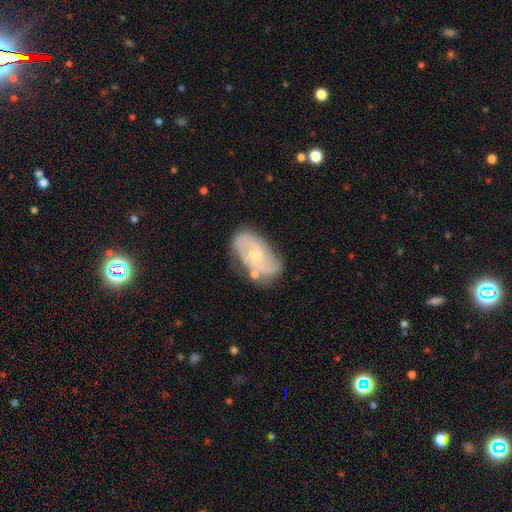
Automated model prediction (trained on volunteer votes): Smooth or featured?
  - featured or disk: 74% *
  - smooth: 20%
  - star or artifact: 6%
Edge-on disk?
  - no: 95% *
  - yes: 5%
Bar?
  - no: 73% *
  - weak: 23%
  - strong: 4%
Spiral arms?
  - yes: 86% *
  - no: 14%
Spiral winding?
  - medium: 41% *
  - tight: 38%
  - loose: 21%
Spiral arm count?
  - 2: 66% *
  - can't tell: 20%
  - 3: 6%
  - 1: 4%
  - 4: 2%
  - more than 4: 2%
Bulge size?
  - small: 58% *
  - moderate: 39%
  - large: 1%
  - none: 1%
  - dominant: 1%
Merging?
  - none: 62% *
  - minor disturbance: 23%
  - merger: 8%
  - major disturbance: 7%